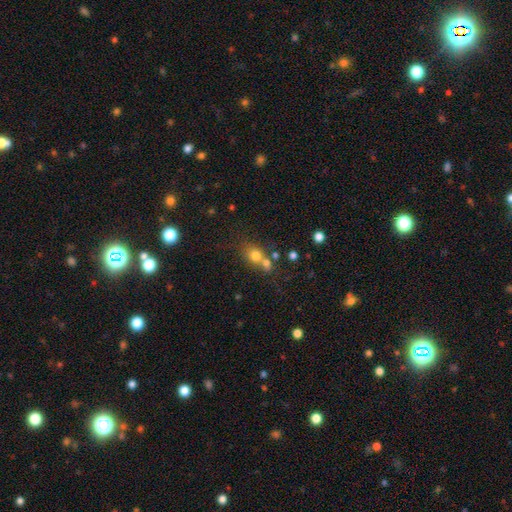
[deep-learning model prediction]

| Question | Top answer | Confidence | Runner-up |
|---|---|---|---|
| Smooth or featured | smooth | 73% | star or artifact (14%) |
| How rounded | round | 65% | in between (34%) |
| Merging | merger | 47% | none (38%) |